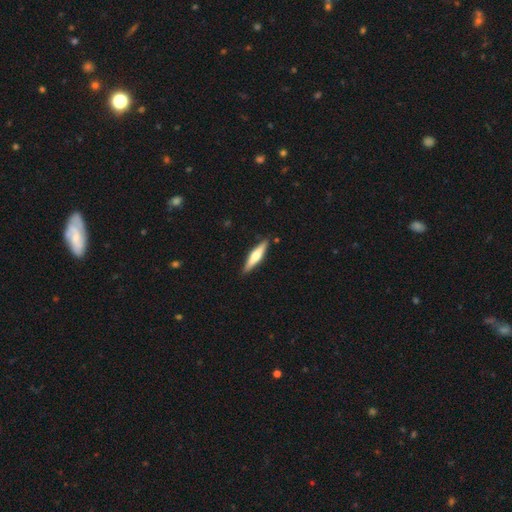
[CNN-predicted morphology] A featured or disk galaxy (51%) viewed edge-on (95%). Merging: none (88%).